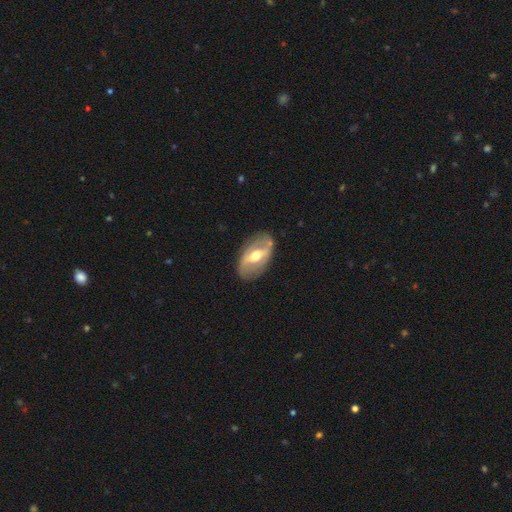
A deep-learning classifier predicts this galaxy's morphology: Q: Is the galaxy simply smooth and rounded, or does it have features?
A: featured or disk — 69%.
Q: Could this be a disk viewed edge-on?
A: no — 90%.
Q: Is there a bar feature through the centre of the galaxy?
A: strong — 47%.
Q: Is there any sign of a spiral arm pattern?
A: no — 54%.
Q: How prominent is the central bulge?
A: moderate — 72%.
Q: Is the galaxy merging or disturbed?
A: none — 77%.